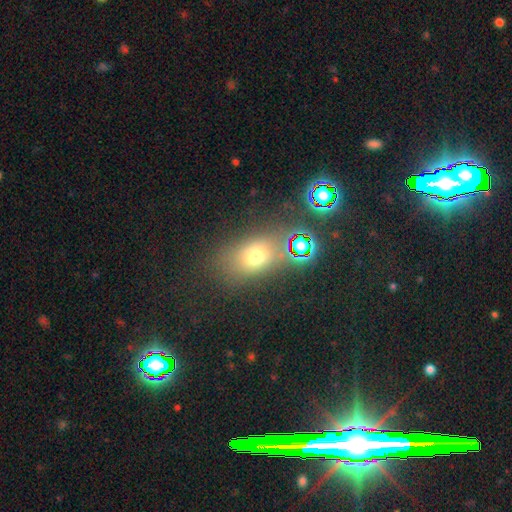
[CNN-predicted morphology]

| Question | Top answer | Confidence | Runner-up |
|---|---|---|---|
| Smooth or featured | smooth | 64% | star or artifact (23%) |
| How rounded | in between | 61% | round (36%) |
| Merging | none | 71% | minor disturbance (14%) |